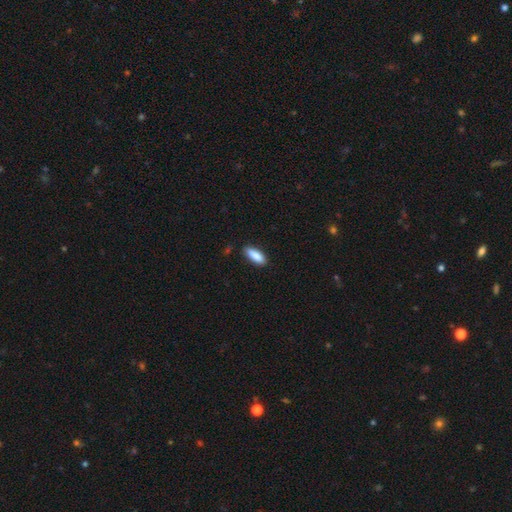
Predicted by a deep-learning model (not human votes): smooth 89%, star or artifact 6%, featured or disk 5%. Down the decision tree: how rounded — in between (67%); merging — none (84%).